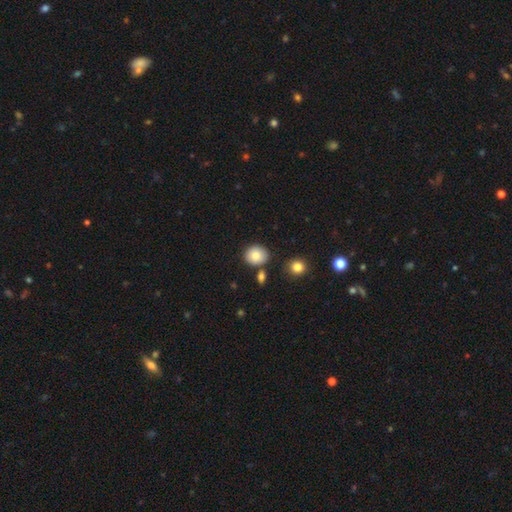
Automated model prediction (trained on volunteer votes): Smooth or featured?
  - smooth: 83% *
  - star or artifact: 9%
  - featured or disk: 8%
How rounded?
  - round: 76% *
  - in between: 23%
  - cigar-shaped: 1%
Merging?
  - none: 79% *
  - minor disturbance: 11%
  - merger: 8%
  - major disturbance: 3%